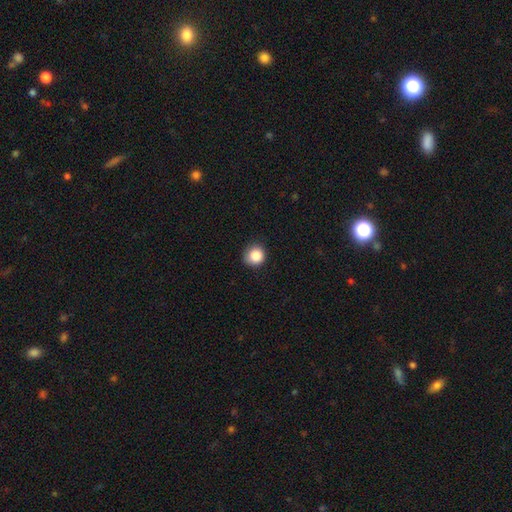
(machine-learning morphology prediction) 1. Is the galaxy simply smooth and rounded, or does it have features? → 86% smooth, 10% star or artifact, 4% featured or disk.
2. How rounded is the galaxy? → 89% round, 10% in between, 1% cigar-shaped.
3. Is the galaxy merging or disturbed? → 80% none, 16% minor disturbance, 3% major disturbance, 1% merger.